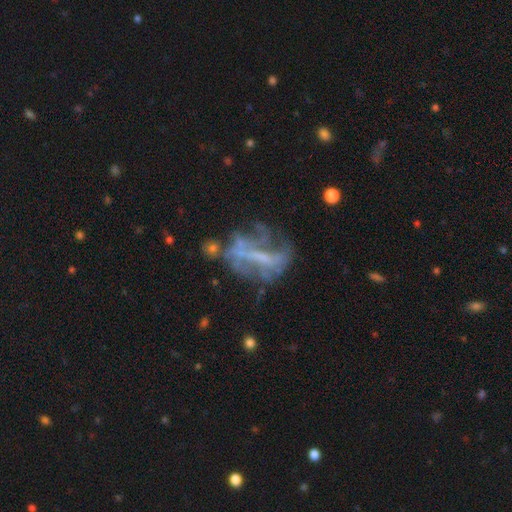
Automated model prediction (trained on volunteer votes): Q: Smooth or featured?
A: featured or disk (66%); runner-up: smooth (17%)
Q: Edge-on disk?
A: no (91%); runner-up: yes (9%)
Q: Bar?
A: no (37%); runner-up: strong (34%)
Q: Spiral arms?
A: no (61%); runner-up: yes (39%)
Q: Bulge size?
A: none (55%); runner-up: small (28%)
Q: Merging?
A: none (39%); runner-up: major disturbance (31%)